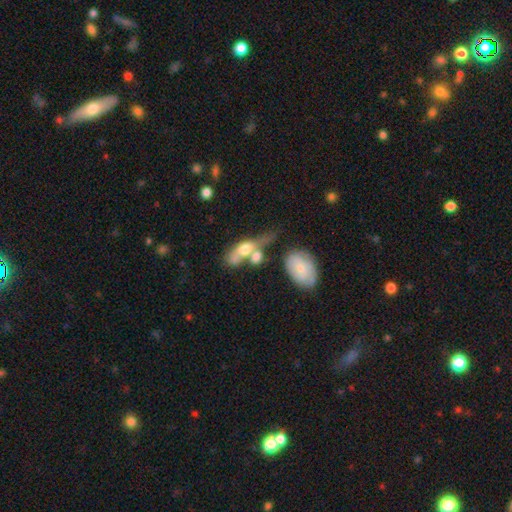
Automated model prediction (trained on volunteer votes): This is possibly a smooth galaxy (51%). How rounded: likely in between (70%). Merging: possibly merger (56%).